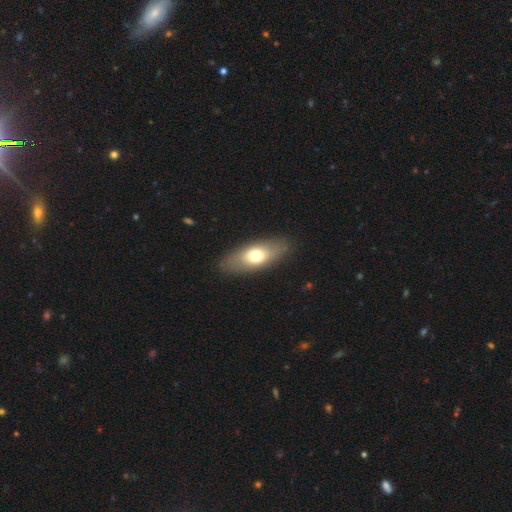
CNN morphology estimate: type=smooth (65%); roundness=in between (80%); merging=none (85%).